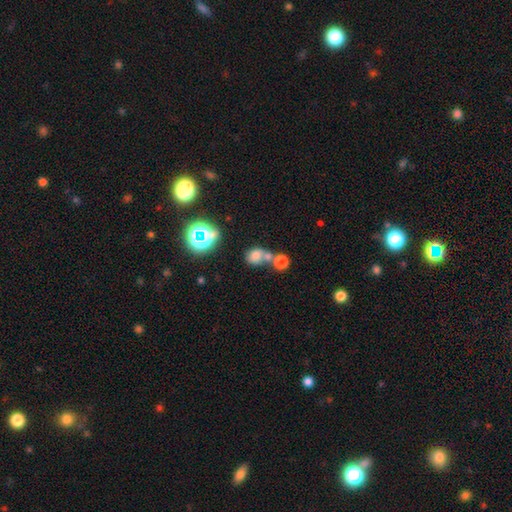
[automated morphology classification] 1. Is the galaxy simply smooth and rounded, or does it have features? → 68% smooth, 19% star or artifact, 12% featured or disk.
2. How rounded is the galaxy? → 65% round, 34% in between, 1% cigar-shaped.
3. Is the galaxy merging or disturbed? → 48% merger, 35% none, 10% minor disturbance, 7% major disturbance.